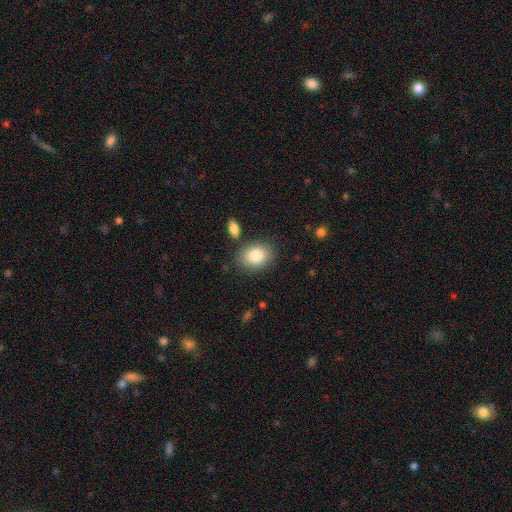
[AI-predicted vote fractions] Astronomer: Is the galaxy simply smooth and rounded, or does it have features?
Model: smooth — 83%.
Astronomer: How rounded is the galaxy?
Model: in between — 66%.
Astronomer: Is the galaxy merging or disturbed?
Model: none — 80%.